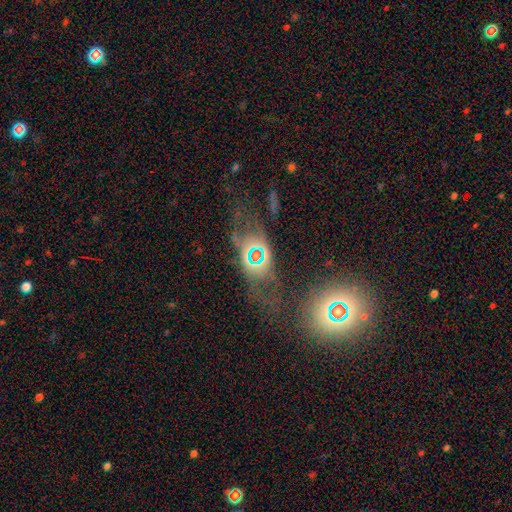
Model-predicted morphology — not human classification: A star or artifact, not a galaxy (46%).

Vote fractions:
- Smooth or featured? star or artifact: 46% / featured or disk: 32% / smooth: 22%